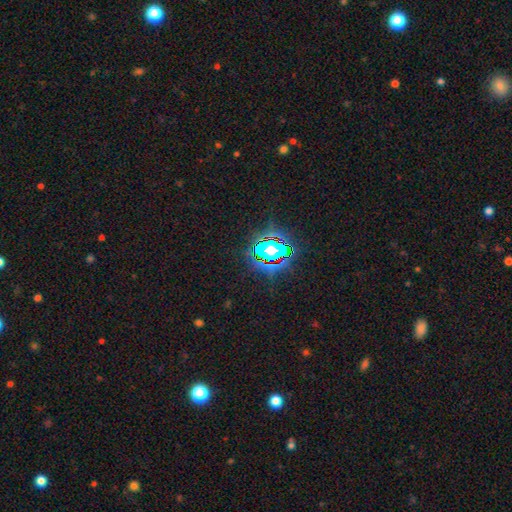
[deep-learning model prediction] Smooth or featured? star or artifact (83%)